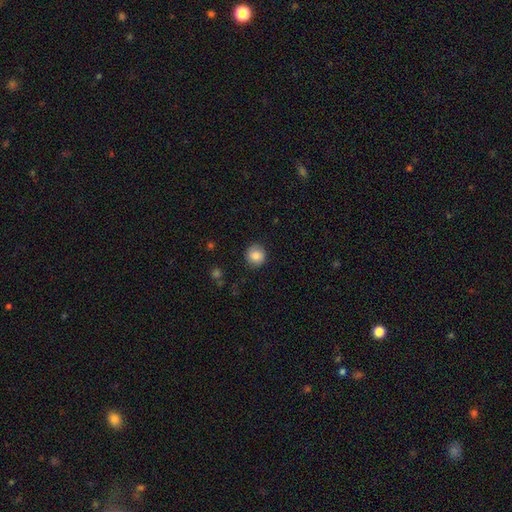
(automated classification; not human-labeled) smooth 84%, star or artifact 9%, featured or disk 7%. Down the decision tree: how rounded — round (91%); merging — none (87%).